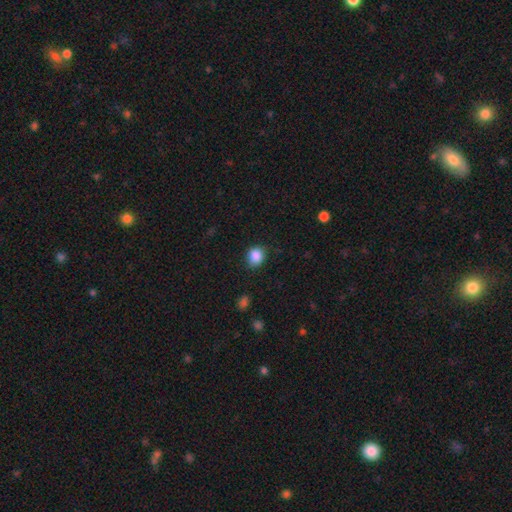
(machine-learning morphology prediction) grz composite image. It shows a smooth galaxy with no disk features (87%) that is round (68%). Merging: none (77%).